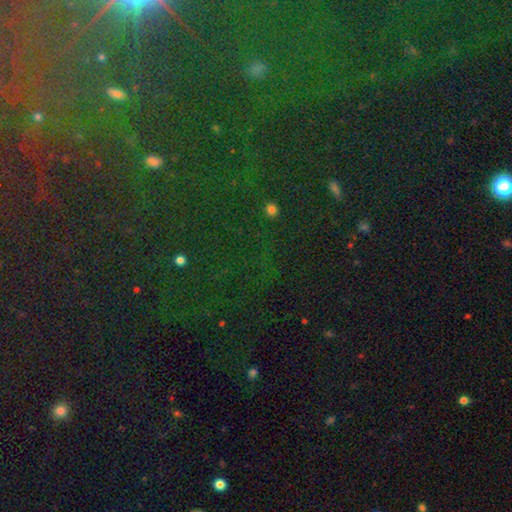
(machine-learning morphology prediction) A star or artifact, not a galaxy (79%).